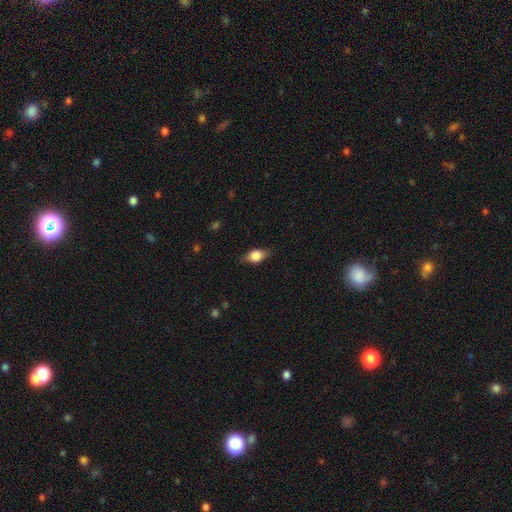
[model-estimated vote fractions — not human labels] This is likely a smooth galaxy (71%). How rounded: clearly in between (81%). Merging: likely none (79%).